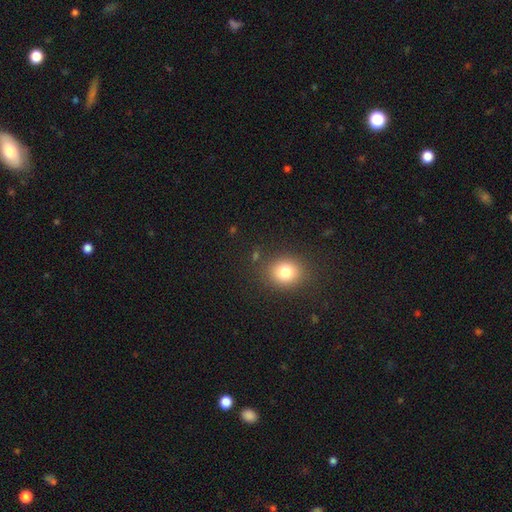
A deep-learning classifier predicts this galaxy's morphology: A smooth galaxy with no disk features (77%) that is round (76%).

Vote fractions:
- Smooth or featured? smooth: 77% / star or artifact: 16% / featured or disk: 7%
- How rounded? round: 76% / in between: 23% / cigar-shaped: 1%
- Merging? none: 87% / minor disturbance: 8% / major disturbance: 3% / merger: 2%